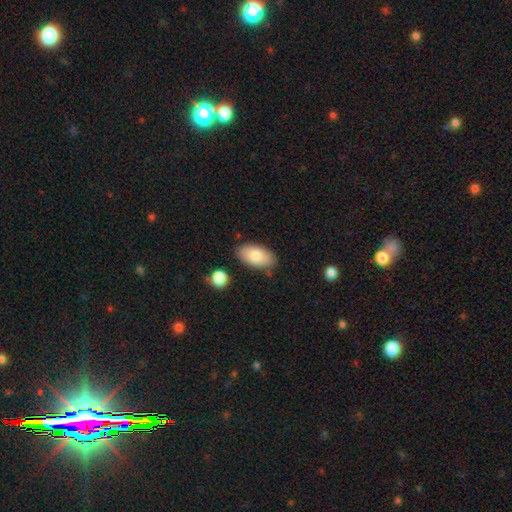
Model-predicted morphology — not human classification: A smooth galaxy with no disk features (82%) that is in between round and cigar-shaped (95%). Merging: none (79%).